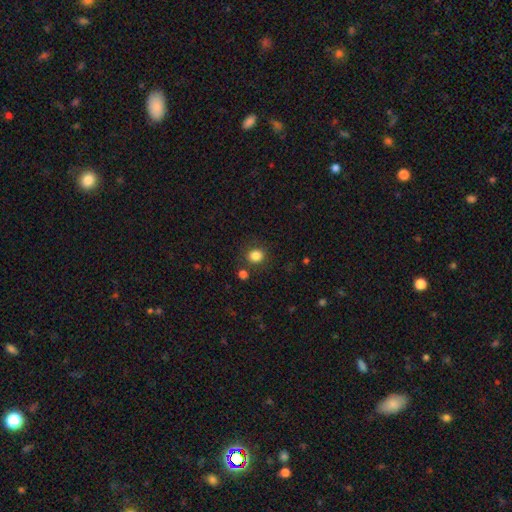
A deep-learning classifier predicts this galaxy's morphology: This is clearly a smooth galaxy (83%). How rounded: likely round (80%). Merging: clearly none (83%).